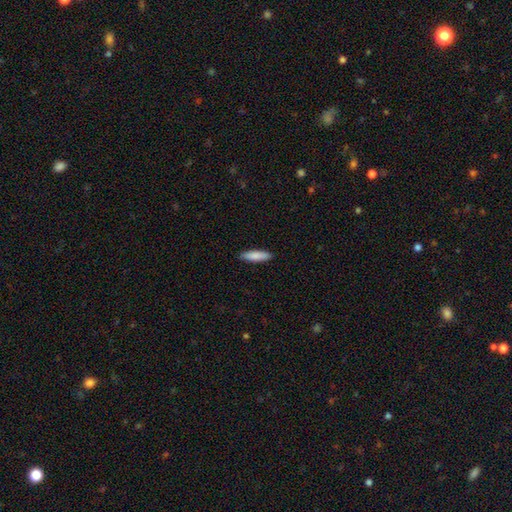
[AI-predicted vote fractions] smooth_or_featured: smooth (p=0.85) [alt: featured or disk p=0.10]
how_rounded: cigar-shaped (p=0.71) [alt: in between p=0.28]
merging: none (p=0.90) [alt: minor disturbance p=0.08]